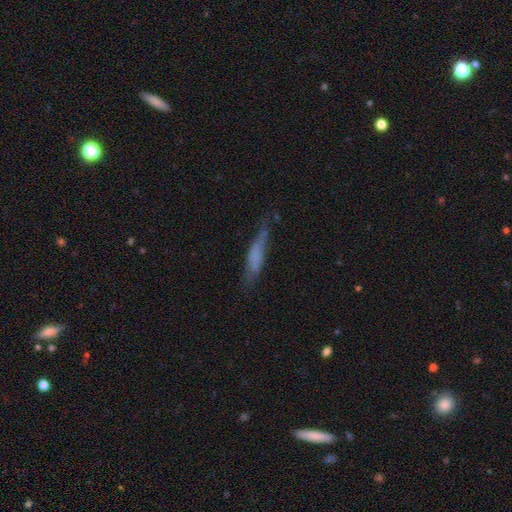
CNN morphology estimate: Smooth or featured? smooth (55%)
How rounded? cigar-shaped (85%)
Merging? none (61%)